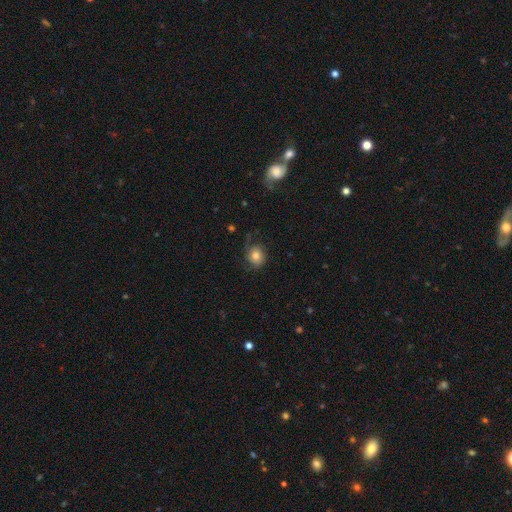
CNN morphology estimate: This appears to be a smooth galaxy with no disk features (67%) that is round (73%). Merging: none (60%).